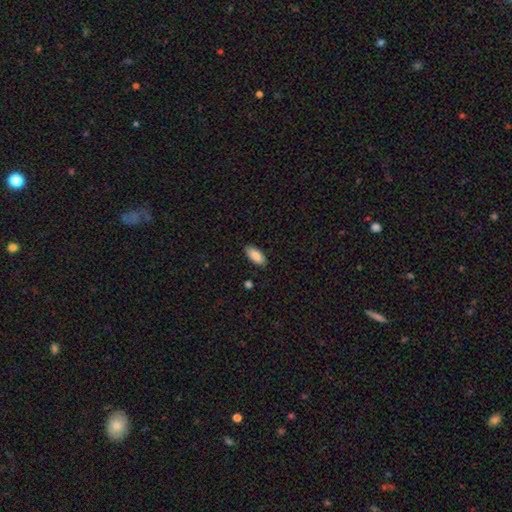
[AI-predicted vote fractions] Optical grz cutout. It shows a smooth galaxy with no disk features (87%) that is in between round and cigar-shaped (91%). Merging: none (86%).